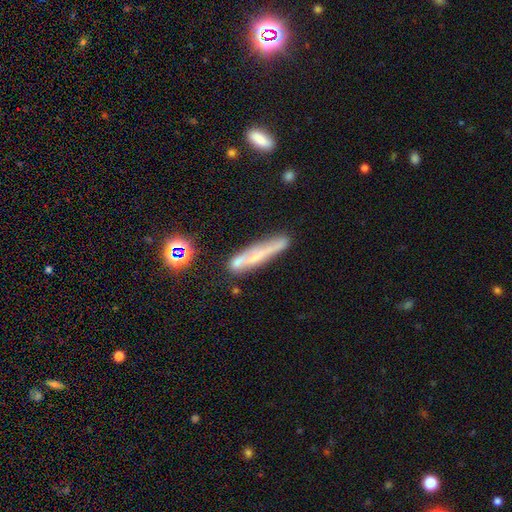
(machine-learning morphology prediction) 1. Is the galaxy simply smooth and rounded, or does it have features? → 45% featured or disk, 42% smooth, 13% star or artifact.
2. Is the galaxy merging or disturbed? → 67% none, 19% minor disturbance, 8% merger, 6% major disturbance.